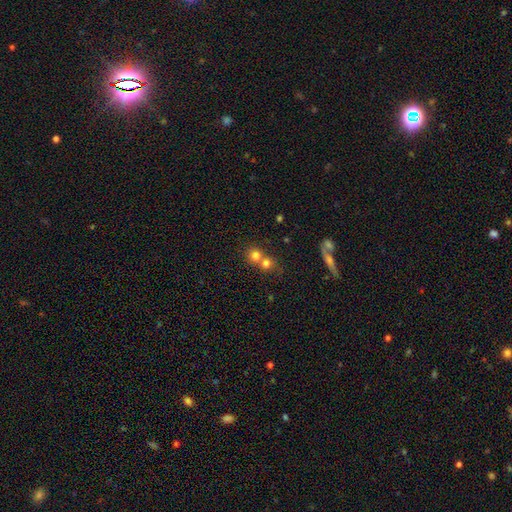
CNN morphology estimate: smooth 76%, star or artifact 12%, featured or disk 12%. Down the decision tree: how rounded — round (86%); merging — merger (54%).